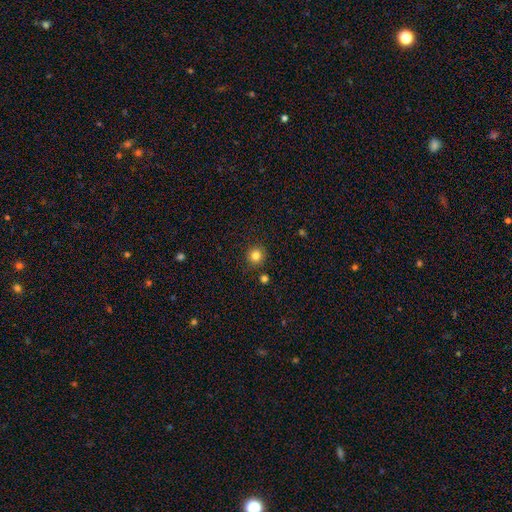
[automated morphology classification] This is clearly a smooth galaxy (82%). How rounded: clearly round (94%). Merging: clearly none (89%).